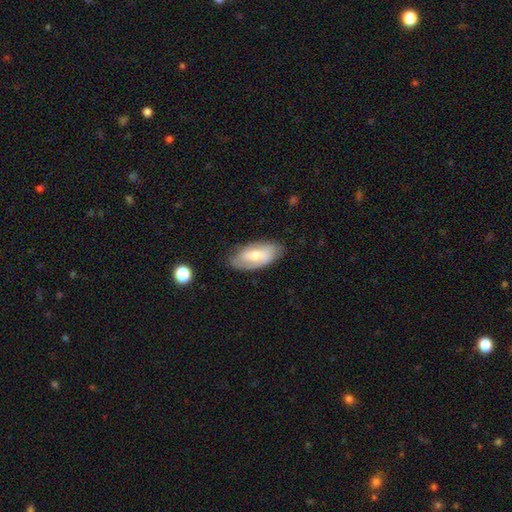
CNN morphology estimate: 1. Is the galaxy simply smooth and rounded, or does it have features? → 48% smooth, 46% featured or disk, 6% star or artifact.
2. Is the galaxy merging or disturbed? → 75% none, 19% minor disturbance, 5% major disturbance, 1% merger.